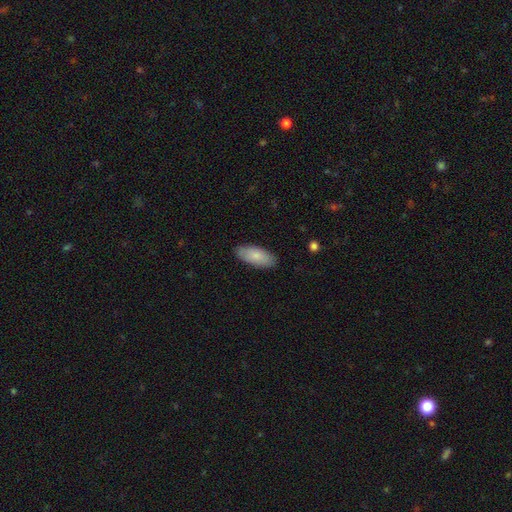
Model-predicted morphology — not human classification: Overall: smooth (84%). How rounded: in between (84%). Merging: none (88%).